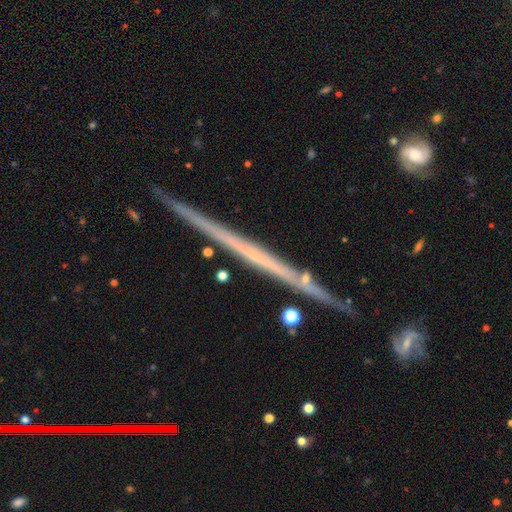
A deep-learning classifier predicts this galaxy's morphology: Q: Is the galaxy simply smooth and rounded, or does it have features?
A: featured or disk — 71%.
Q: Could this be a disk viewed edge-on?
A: yes — 98%.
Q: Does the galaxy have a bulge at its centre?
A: none — 89%.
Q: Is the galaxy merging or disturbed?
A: none — 87%.